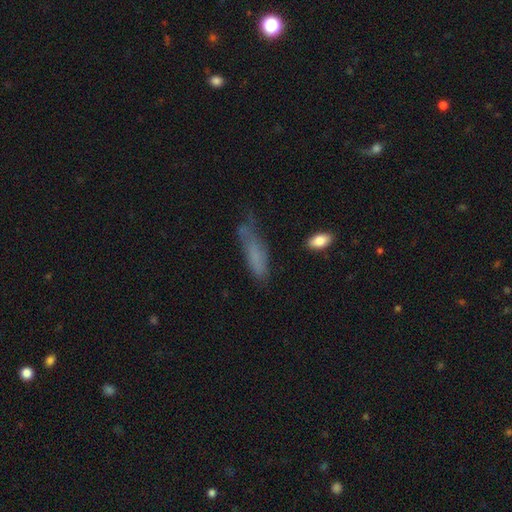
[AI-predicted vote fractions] smooth 66%, featured or disk 22%, star or artifact 12%. Down the decision tree: how rounded — cigar-shaped (65%); merging — none (43%).